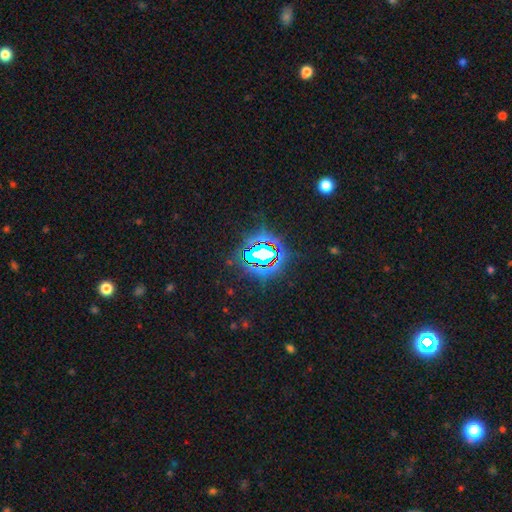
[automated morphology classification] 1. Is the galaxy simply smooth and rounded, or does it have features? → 79% star or artifact, 12% smooth, 9% featured or disk.